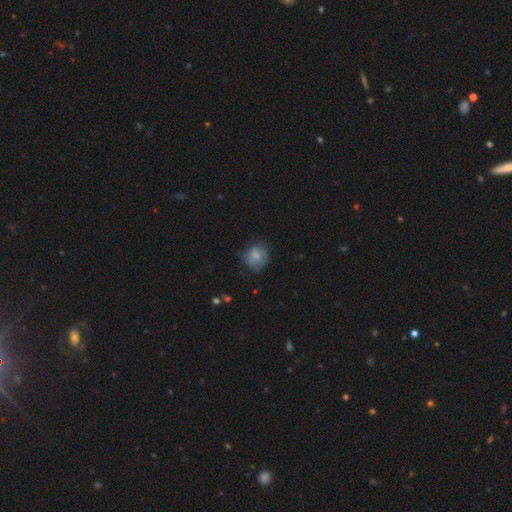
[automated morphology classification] smooth_or_featured: smooth (p=0.73) [alt: featured or disk p=0.18]
how_rounded: round (p=0.77) [alt: in between p=0.22]
merging: none (p=0.60) [alt: minor disturbance p=0.27]